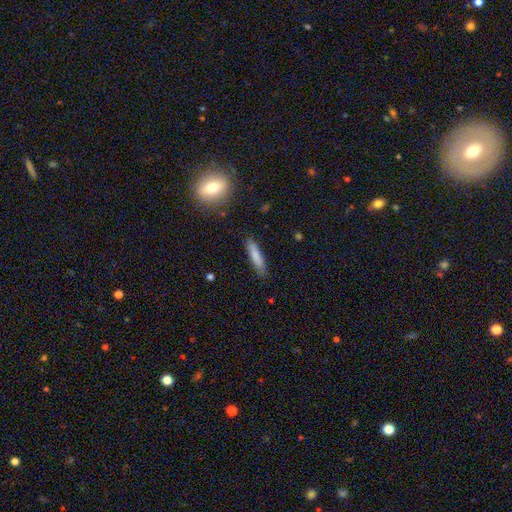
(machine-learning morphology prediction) Smooth or featured? Predicted: smooth (p=0.81). How rounded? Predicted: cigar-shaped (p=0.85). Merging? Predicted: none (p=0.85).